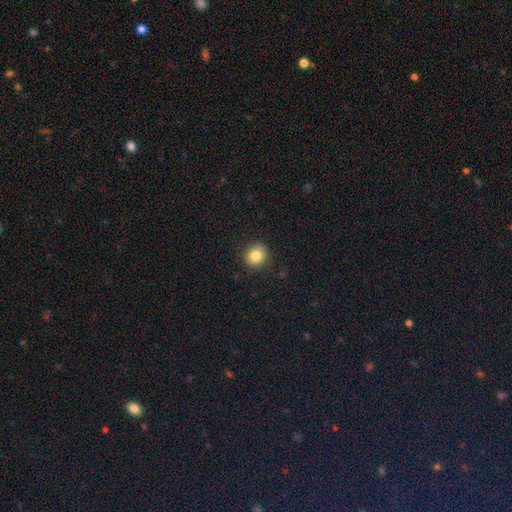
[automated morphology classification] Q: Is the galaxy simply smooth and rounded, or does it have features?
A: smooth — 83%.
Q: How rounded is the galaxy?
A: round — 84%.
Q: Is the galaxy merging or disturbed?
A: none — 90%.